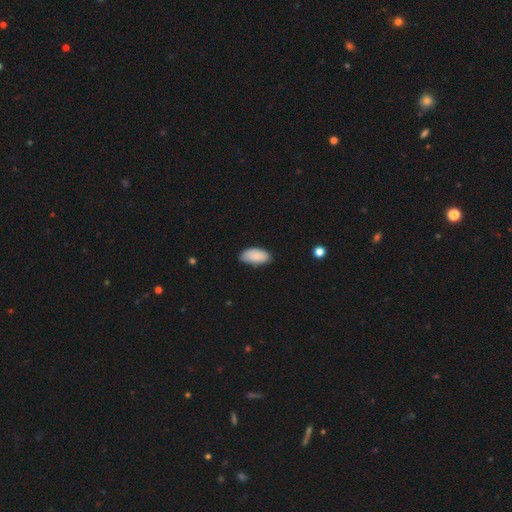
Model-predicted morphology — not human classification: Q: Smooth or featured?
A: smooth (88%); runner-up: star or artifact (6%)
Q: How rounded?
A: in between (95%); runner-up: cigar-shaped (3%)
Q: Merging?
A: none (76%); runner-up: minor disturbance (20%)